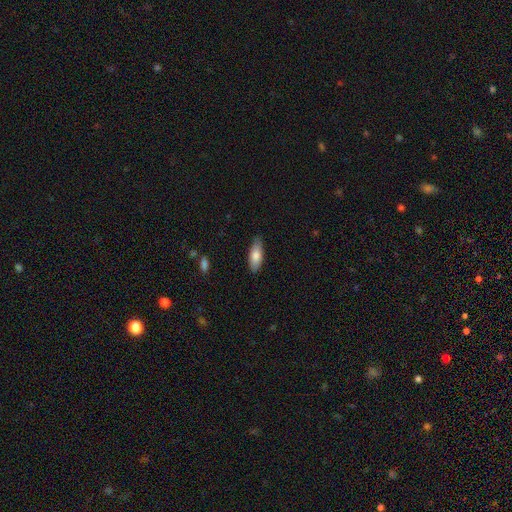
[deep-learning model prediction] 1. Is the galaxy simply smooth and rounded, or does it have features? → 79% smooth, 15% featured or disk, 6% star or artifact.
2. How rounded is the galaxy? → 72% in between, 26% cigar-shaped, 2% round.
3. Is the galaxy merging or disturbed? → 82% none, 15% minor disturbance, 2% major disturbance, 1% merger.